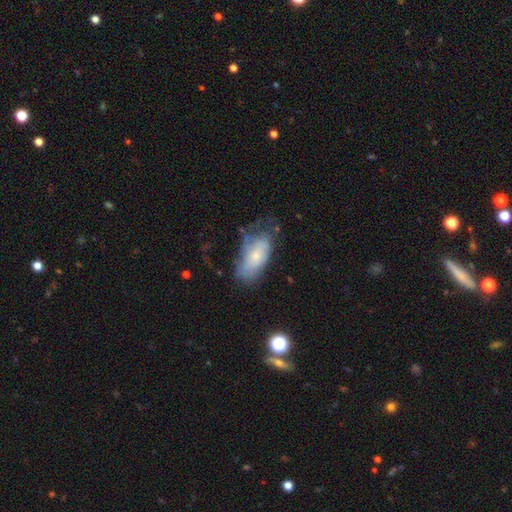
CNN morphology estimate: This is possibly a smooth galaxy (53%). How rounded: clearly in between (91%). Merging: marginally none (37%).